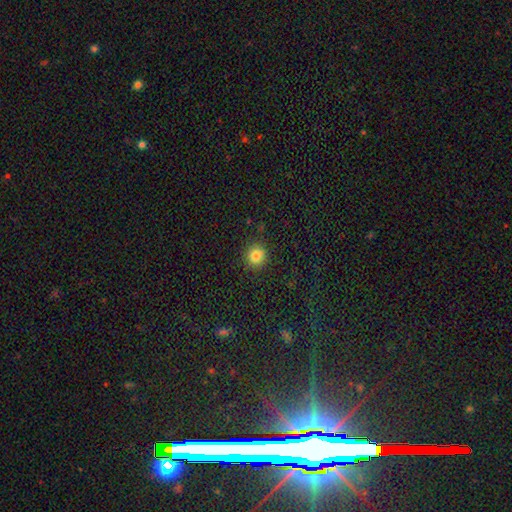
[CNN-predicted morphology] This is clearly a smooth galaxy (82%). How rounded: clearly round (90%). Merging: clearly none (89%).